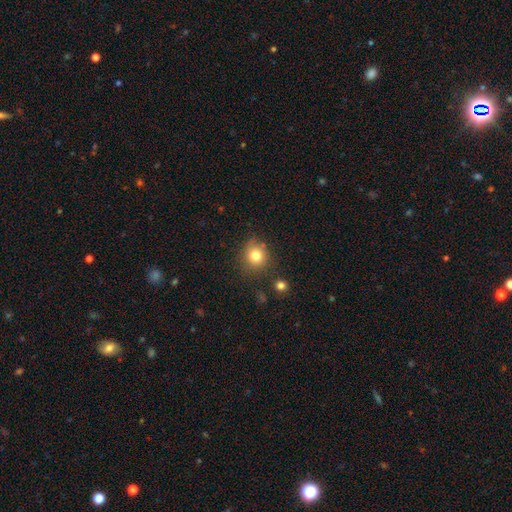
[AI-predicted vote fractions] This is likely a smooth galaxy (80%). How rounded: clearly round (84%). Merging: likely none (75%).